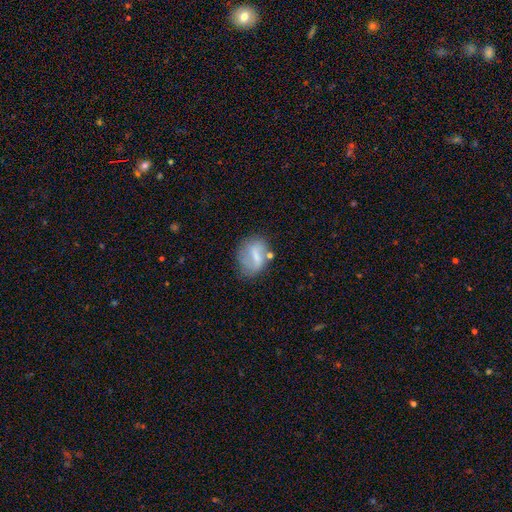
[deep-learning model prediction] This is possibly a featured or disk galaxy (46%). Merging: possibly none (52%).